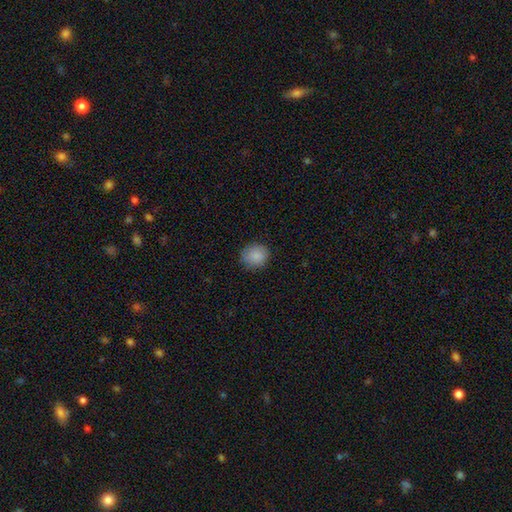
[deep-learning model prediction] The model was most divided on "how rounded": round: 83%, in between: 16%, cigar-shaped: 1%. More confident: smooth or featured — smooth (88%); merging — none (86%).